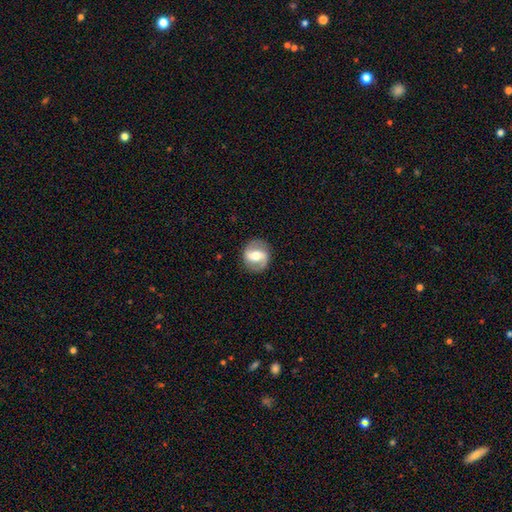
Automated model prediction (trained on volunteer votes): A featured or disk galaxy (76%) with a strong bar (46%), 2 (90%) medium (48%) spiral arms (84%) and a moderate central bulge (66%). Merging: none (86%).